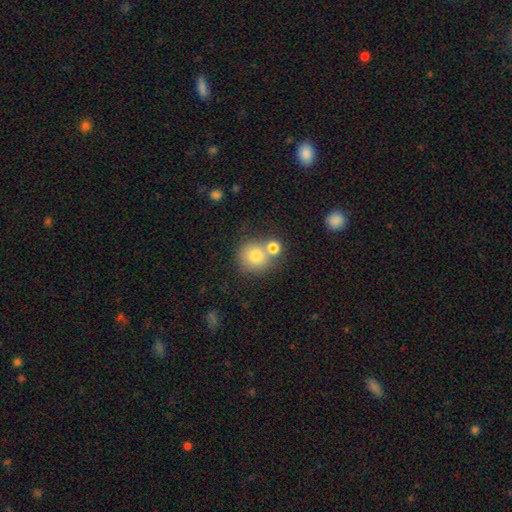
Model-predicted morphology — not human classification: smooth_or_featured: smooth (p=0.78) [alt: featured or disk p=0.11]
how_rounded: round (p=0.90) [alt: in between p=0.09]
merging: none (p=0.55) [alt: merger p=0.33]